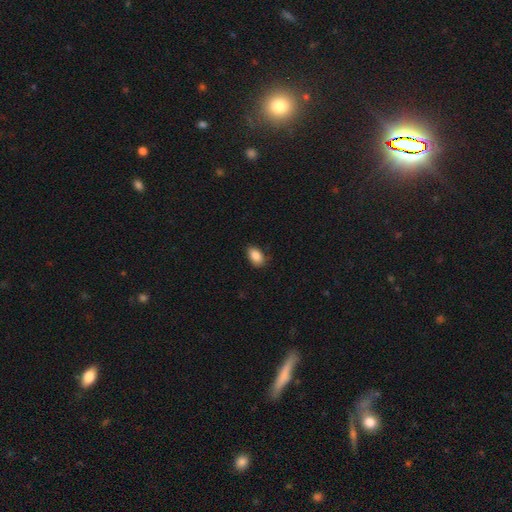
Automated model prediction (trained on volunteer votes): A smooth galaxy with no disk features (87%) that is in between round and cigar-shaped (90%). Merging: none (84%).